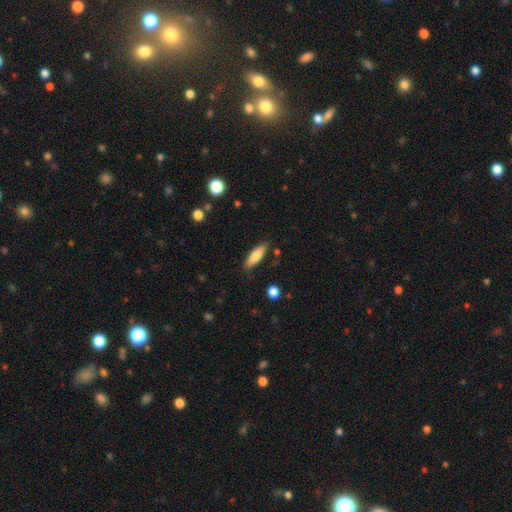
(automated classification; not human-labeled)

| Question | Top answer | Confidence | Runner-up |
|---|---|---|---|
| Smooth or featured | smooth | 77% | featured or disk (17%) |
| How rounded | in between | 55% | cigar-shaped (43%) |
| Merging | none | 81% | minor disturbance (14%) |